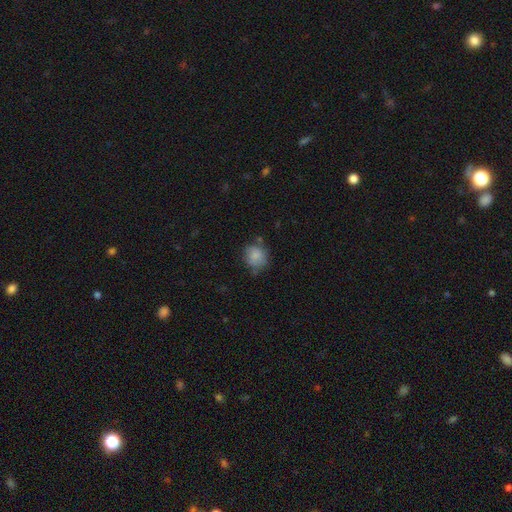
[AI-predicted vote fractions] Overall: smooth (80%). How rounded: round (75%). Merging: none (62%; minor disturbance 26%).